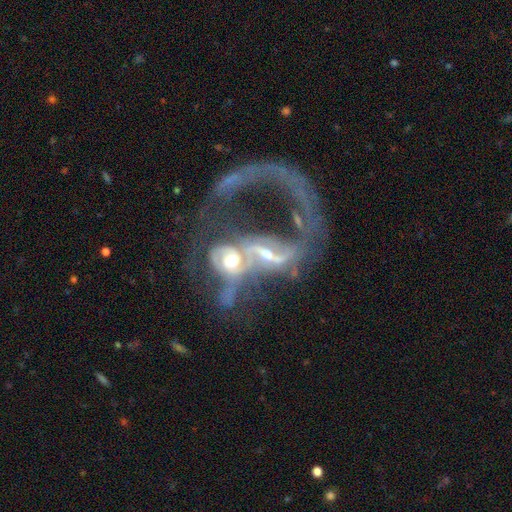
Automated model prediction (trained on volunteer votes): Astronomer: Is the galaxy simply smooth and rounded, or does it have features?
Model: featured or disk — 75%.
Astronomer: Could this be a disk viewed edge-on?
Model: no — 95%.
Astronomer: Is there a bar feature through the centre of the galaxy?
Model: no — 60%.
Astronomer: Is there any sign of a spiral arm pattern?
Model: yes — 63%.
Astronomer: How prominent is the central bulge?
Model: moderate — 46% (runner-up: small, 36%).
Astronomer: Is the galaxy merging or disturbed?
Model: merger — 68%.